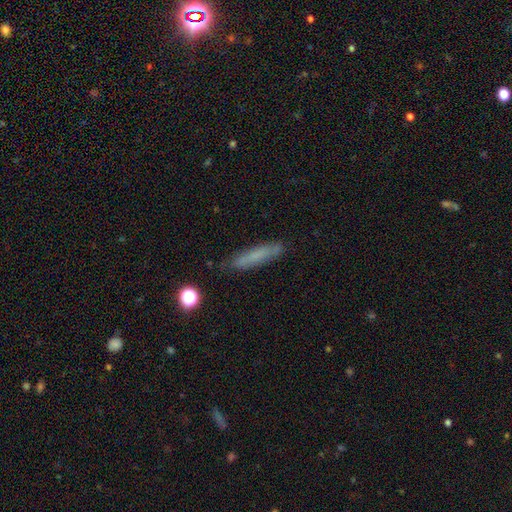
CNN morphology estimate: type=smooth (69%); roundness=cigar-shaped (87%); merging=none (84%).